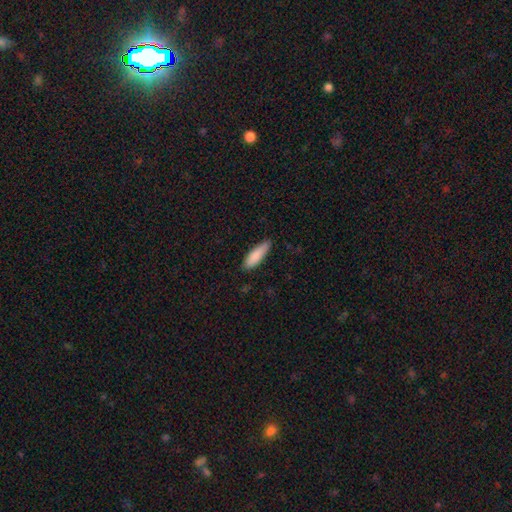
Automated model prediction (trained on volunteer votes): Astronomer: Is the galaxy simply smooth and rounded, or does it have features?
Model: smooth — 87%.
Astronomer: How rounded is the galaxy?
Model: cigar-shaped — 58% (runner-up: in between, 41%).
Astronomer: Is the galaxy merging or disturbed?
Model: none — 80%.